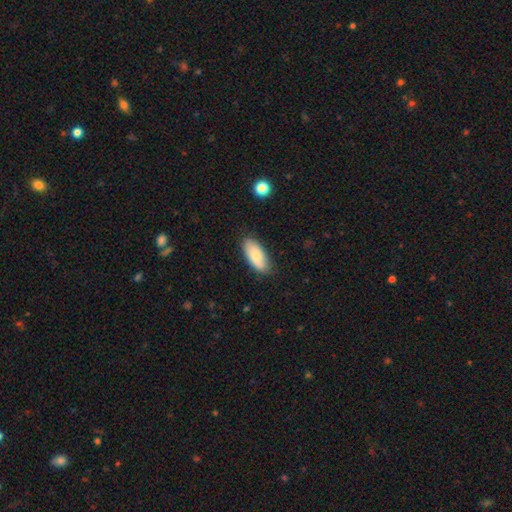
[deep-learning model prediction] smooth 80%, featured or disk 14%, star or artifact 6%. Down the decision tree: how rounded — in between (87%); merging — none (81%).